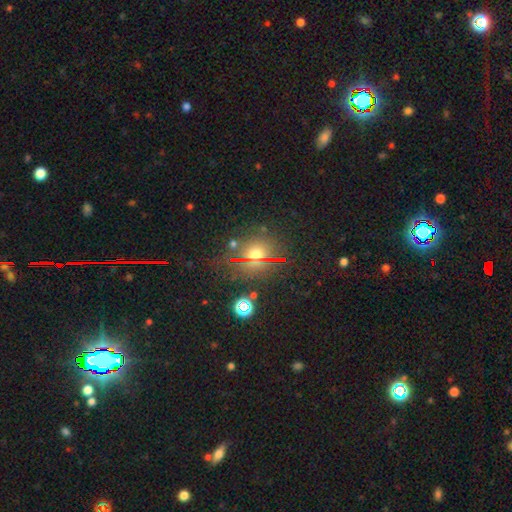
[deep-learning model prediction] smooth-or-featured: star or artifact: 54% | smooth: 30% | featured or disk: 16%